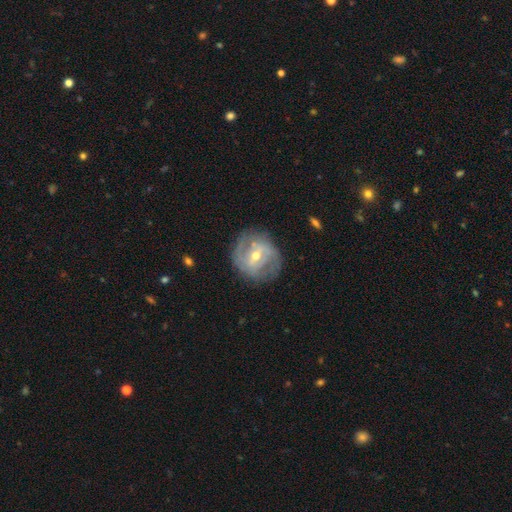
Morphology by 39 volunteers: featured or disk 87%, smooth 10%, star or artifact 3%. Down the decision tree: edge-on disk — no (100%); bar — weak (50%); spiral arms — yes (88%); spiral arm count — 2 (83%); spiral winding — medium (70%); bulge size — moderate (68%); merging — none (68%).